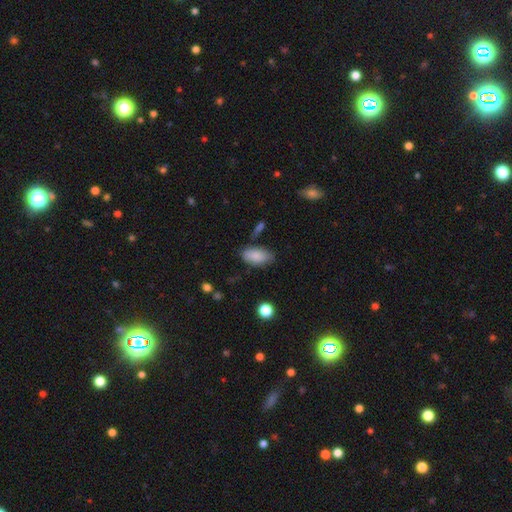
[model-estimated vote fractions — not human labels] smooth 84%, featured or disk 9%, star or artifact 7%. Down the decision tree: how rounded — in between (93%); merging — none (71%).